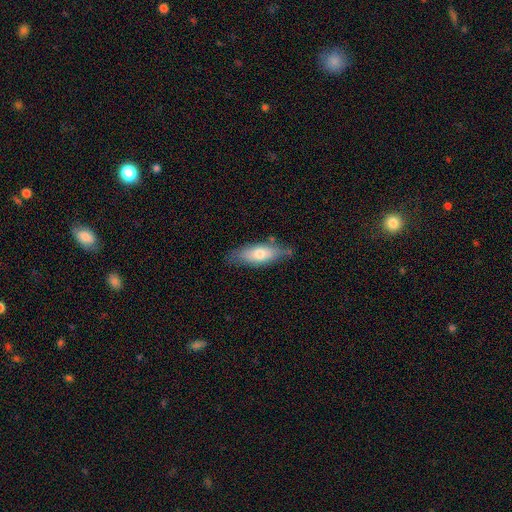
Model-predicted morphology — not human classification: This is possibly a smooth galaxy (60%). How rounded: possibly in between (59%). Merging: likely none (76%).